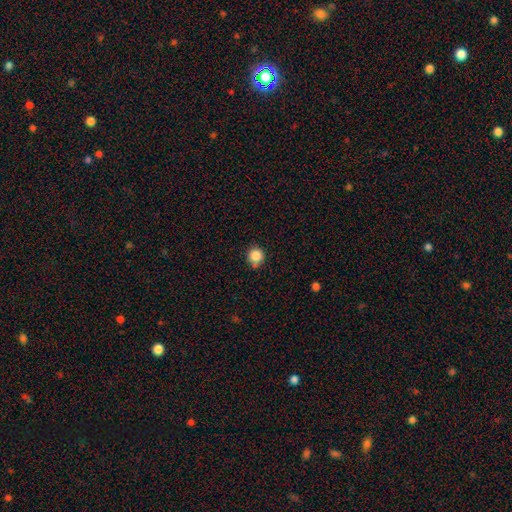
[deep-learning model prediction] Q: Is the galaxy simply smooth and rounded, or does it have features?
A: smooth — 85%.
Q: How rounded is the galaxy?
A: round — 90%.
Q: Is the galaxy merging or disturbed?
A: none — 71%.